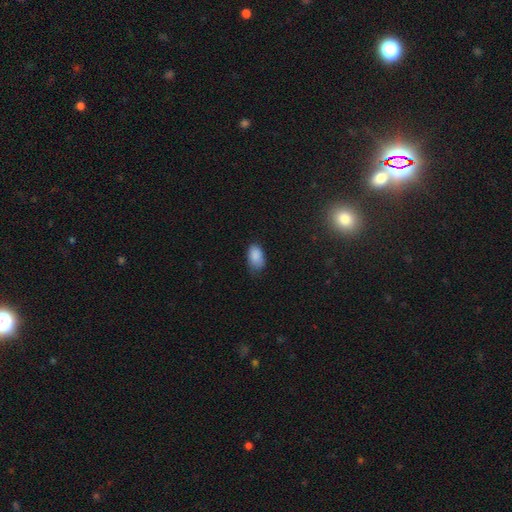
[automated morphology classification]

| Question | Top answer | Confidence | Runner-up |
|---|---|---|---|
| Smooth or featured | smooth | 87% | star or artifact (8%) |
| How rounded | in between | 91% | round (7%) |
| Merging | none | 60% | minor disturbance (32%) |